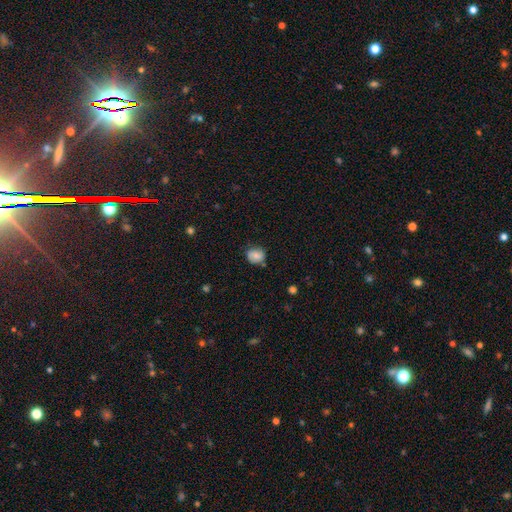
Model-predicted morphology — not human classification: smooth_or_featured: smooth (p=0.71) [alt: featured or disk p=0.20]
how_rounded: round (p=0.67) [alt: in between p=0.32]
merging: none (p=0.71) [alt: minor disturbance p=0.22]